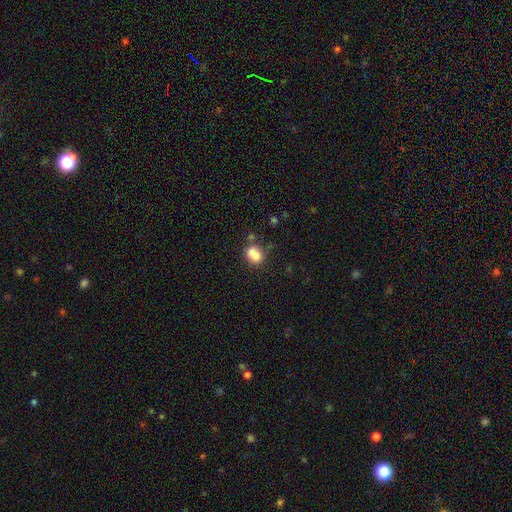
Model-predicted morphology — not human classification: Smooth or featured? Predicted: smooth (p=0.73). How rounded? Predicted: round (p=0.58). Merging? Predicted: merger (p=0.44).